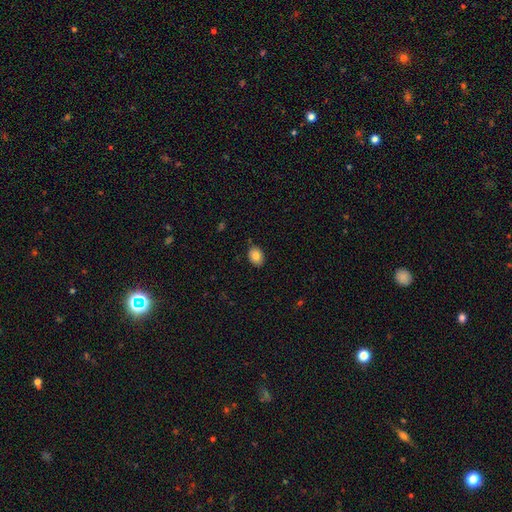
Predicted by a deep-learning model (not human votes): smooth_or_featured: smooth (p=0.84) [alt: star or artifact p=0.08]
how_rounded: in between (p=0.69) [alt: round p=0.30]
merging: none (p=0.86) [alt: minor disturbance p=0.10]